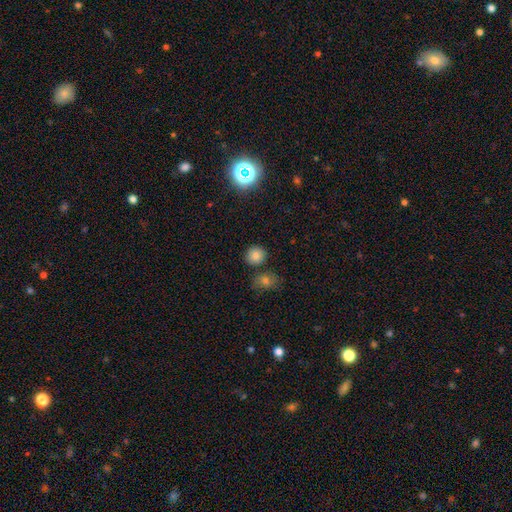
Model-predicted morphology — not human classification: This is clearly a smooth galaxy (81%). How rounded: clearly round (87%). Merging: likely none (80%).